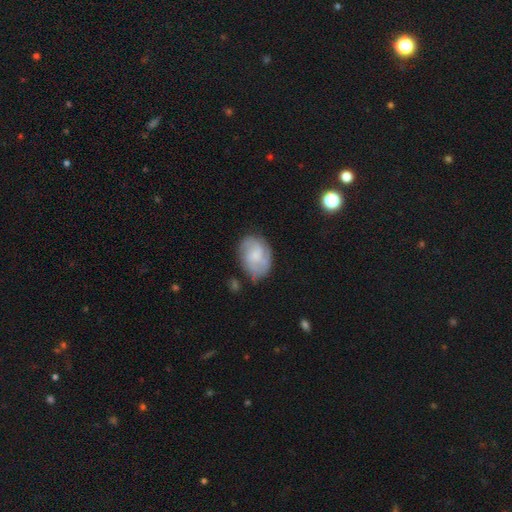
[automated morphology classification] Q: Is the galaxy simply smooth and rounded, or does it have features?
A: featured or disk — 57%.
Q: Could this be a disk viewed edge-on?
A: no — 98%.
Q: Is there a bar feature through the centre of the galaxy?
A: no — 63%.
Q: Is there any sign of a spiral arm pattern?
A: yes — 84%.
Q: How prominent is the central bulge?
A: small — 35%.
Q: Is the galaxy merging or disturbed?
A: none — 66%.